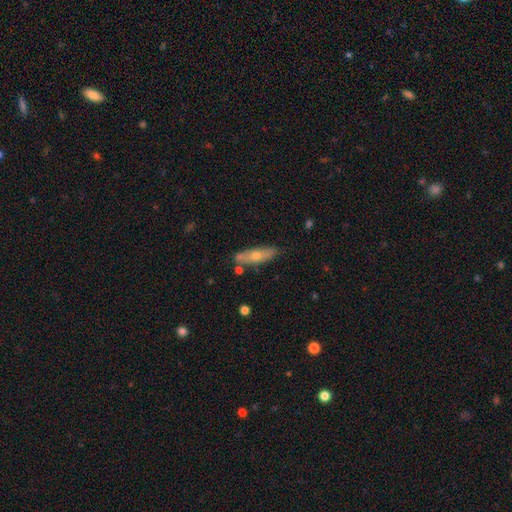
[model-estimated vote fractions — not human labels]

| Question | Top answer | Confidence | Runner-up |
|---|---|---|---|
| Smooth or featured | smooth | 57% | featured or disk (36%) |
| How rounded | cigar-shaped | 60% | in between (37%) |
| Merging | none | 73% | minor disturbance (16%) |